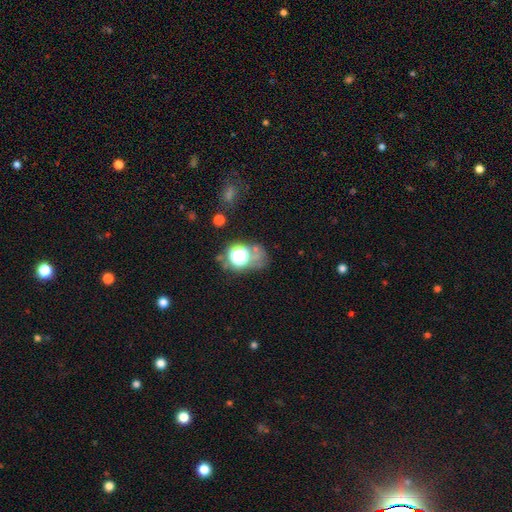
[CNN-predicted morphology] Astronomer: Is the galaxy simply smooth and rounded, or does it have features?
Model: star or artifact — 42% (runner-up: smooth, 40%).